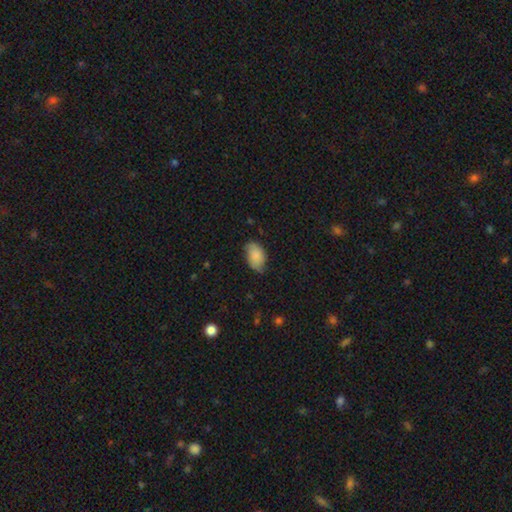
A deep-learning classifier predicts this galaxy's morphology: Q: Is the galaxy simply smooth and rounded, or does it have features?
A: smooth — 82%.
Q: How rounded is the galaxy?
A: in between — 91%.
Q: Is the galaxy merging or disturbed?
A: none — 67%.